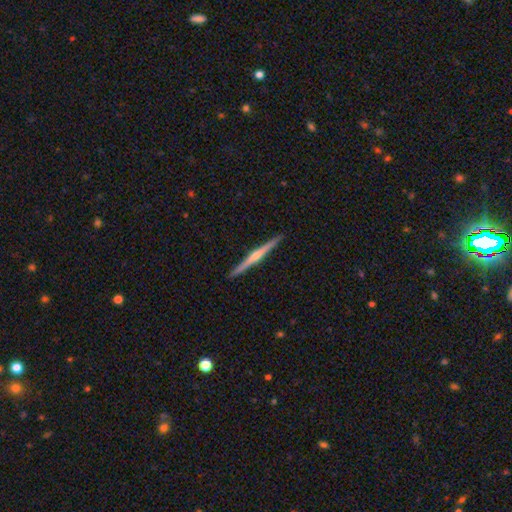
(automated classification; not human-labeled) The model was most divided on "smooth or featured": featured or disk: 80%, smooth: 15%, star or artifact: 5%. More confident: edge-on disk — yes (99%); merging — none (93%); edge-on bulge — rounded (81%).